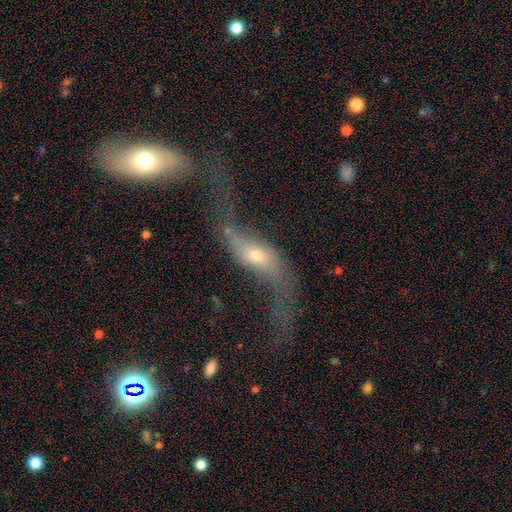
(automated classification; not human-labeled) This is clearly a featured or disk galaxy (82%). It is clearly not viewed edge-on (85%). Bar: possibly no (48%). Spiral arm pattern: clearly yes (87%). Spiral arm count: clearly 2 (93%). Spiral winding: clearly loose (94%). Central bulge: possibly small (49%). Merging: marginally none (38%).